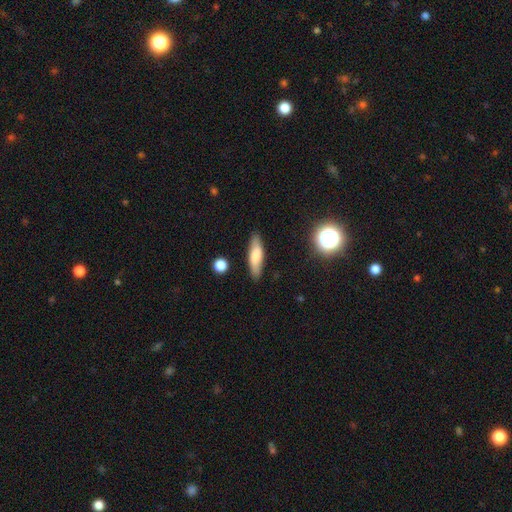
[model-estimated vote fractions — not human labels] Q: Smooth or featured?
A: smooth (72%); runner-up: featured or disk (21%)
Q: How rounded?
A: cigar-shaped (59%); runner-up: in between (39%)
Q: Merging?
A: none (84%); runner-up: minor disturbance (12%)